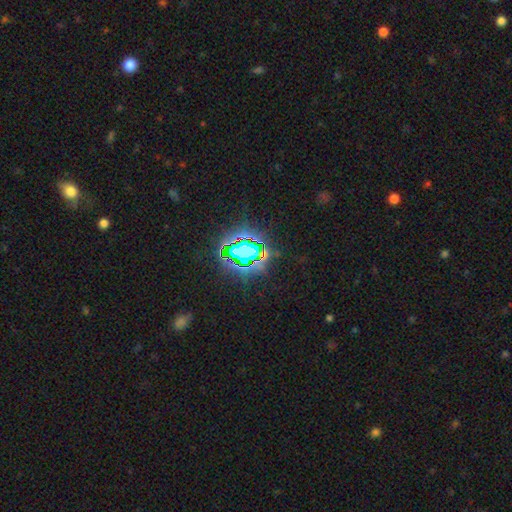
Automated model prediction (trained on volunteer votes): Overall: star or artifact (80%).